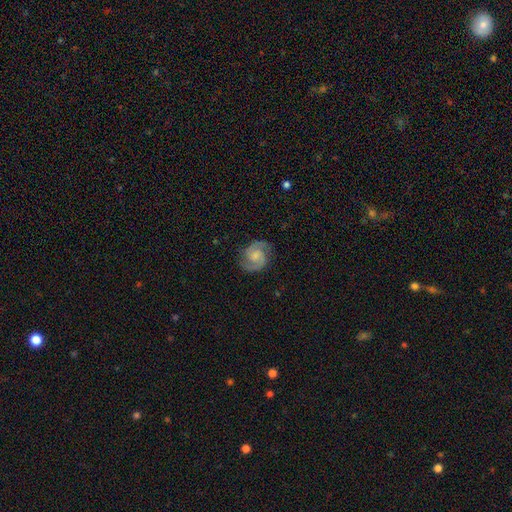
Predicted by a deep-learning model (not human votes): Smooth or featured?
  - featured or disk: 90% *
  - smooth: 5%
  - star or artifact: 4%
Edge-on disk?
  - no: 98% *
  - yes: 2%
Bar?
  - no: 53% *
  - weak: 40%
  - strong: 7%
Spiral arms?
  - yes: 98% *
  - no: 2%
Spiral winding?
  - medium: 56% *
  - tight: 34%
  - loose: 9%
Spiral arm count?
  - 2: 94% *
  - can't tell: 2%
  - 3: 1%
  - 1: 1%
  - 4: 1%
  - more than 4: 1%
Bulge size?
  - moderate: 37% * (tied)
  - small: 37% * (tied)
  - none: 21%
  - large: 4%
  - dominant: 1%
Merging?
  - none: 84% *
  - minor disturbance: 12%
  - major disturbance: 3%
  - merger: 1%